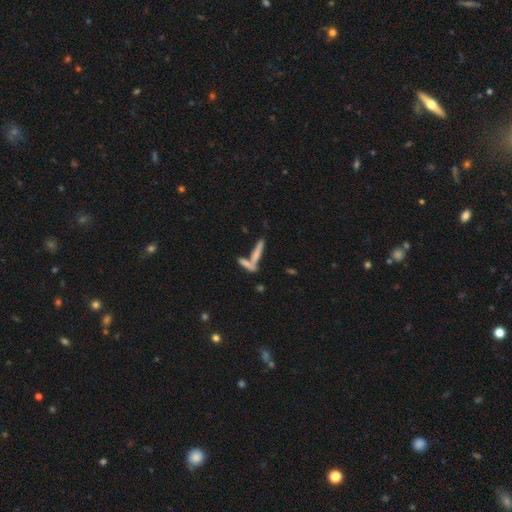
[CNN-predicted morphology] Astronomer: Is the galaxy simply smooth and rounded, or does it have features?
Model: smooth — 58%.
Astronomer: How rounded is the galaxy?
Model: cigar-shaped — 85%.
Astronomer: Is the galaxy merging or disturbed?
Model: none — 49% (runner-up: merger, 38%).